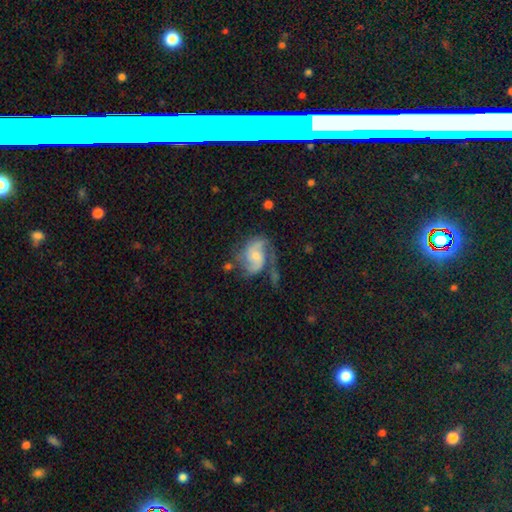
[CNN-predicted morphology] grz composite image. It shows a featured or disk galaxy (80%) with no bar (58%), 2 (77%) medium (49%) spiral arms (94%) and a small central bulge (53%). Merging: none (47%).